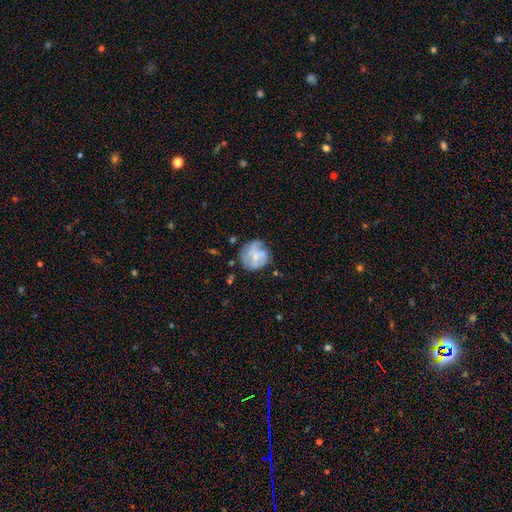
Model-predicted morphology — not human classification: Smooth or featured? featured or disk (55%)
Edge-on disk? no (98%)
Bar? no (63%)
Spiral arms? yes (73%)
Bulge size? small (52%)
Merging? none (63%)